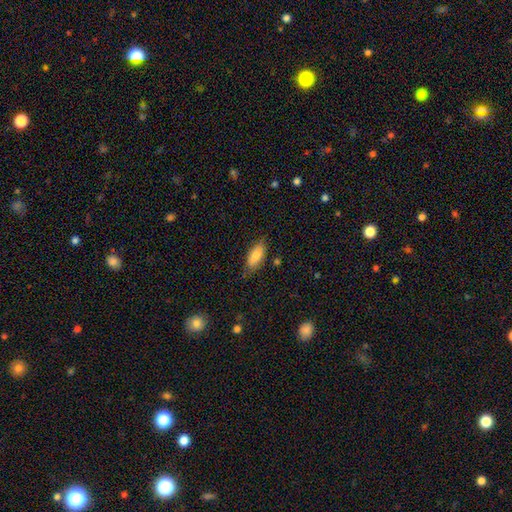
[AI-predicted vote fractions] Q: Smooth or featured?
A: smooth (82%); runner-up: featured or disk (12%)
Q: How rounded?
A: in between (87%); runner-up: cigar-shaped (11%)
Q: Merging?
A: none (71%); runner-up: minor disturbance (23%)